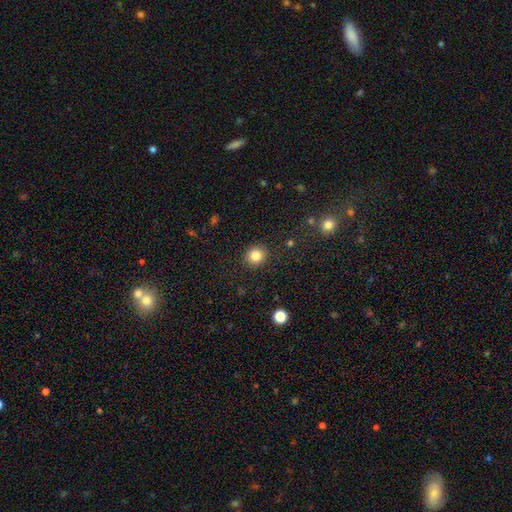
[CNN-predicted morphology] type=smooth (84%); roundness=round (85%); merging=none (90%).